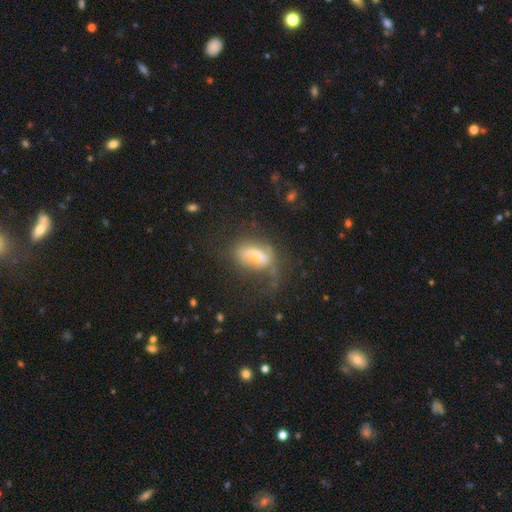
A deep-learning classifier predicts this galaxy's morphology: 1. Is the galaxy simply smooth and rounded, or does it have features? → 46% smooth, 45% featured or disk, 9% star or artifact.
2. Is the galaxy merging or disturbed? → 42% none, 30% major disturbance, 24% minor disturbance, 4% merger.